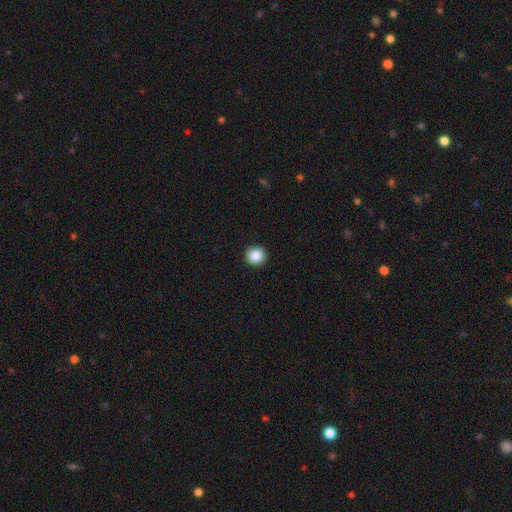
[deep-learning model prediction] smooth-or-featured: smooth: 88% | star or artifact: 9% | featured or disk: 3%
  how-rounded: round: 94% | in between: 5% | cigar-shaped: 1%
  merging: none: 93% | minor disturbance: 5% | major disturbance: 2% | merger: 1%